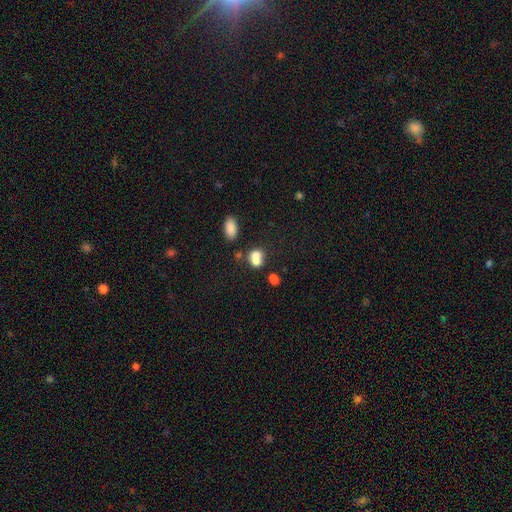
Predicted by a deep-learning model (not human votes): smooth_or_featured: smooth (p=0.72) [alt: featured or disk p=0.15]
how_rounded: round (p=0.52) [alt: in between p=0.47]
merging: merger (p=0.56) [alt: none p=0.30]